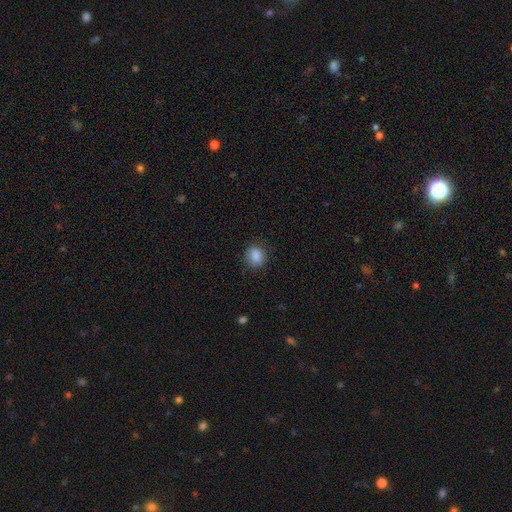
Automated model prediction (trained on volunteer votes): Morphology: type=smooth (85%); roundness=round (66%); merging=none (79%).